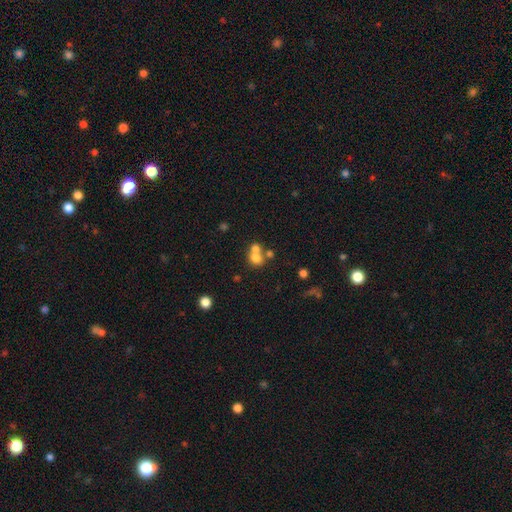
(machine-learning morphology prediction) Smooth or featured: smooth — 70% (featured or disk — 17%)
How rounded: round — 66% (in between — 33%)
Merging: merger — 58% (none — 31%)